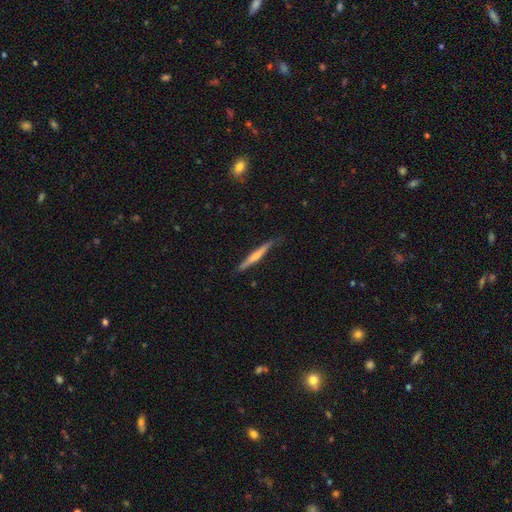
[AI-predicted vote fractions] The model was most divided on "smooth or featured": smooth: 51%, featured or disk: 44%, star or artifact: 5%. More confident: how rounded — cigar-shaped (96%); merging — none (79%).